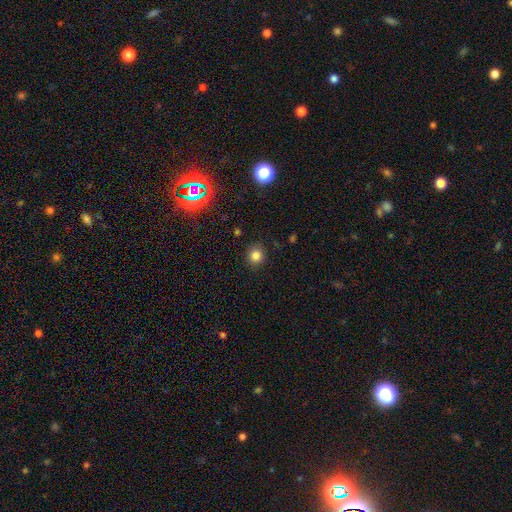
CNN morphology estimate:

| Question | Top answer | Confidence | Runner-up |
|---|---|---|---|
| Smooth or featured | smooth | 82% | star or artifact (13%) |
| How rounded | round | 87% | in between (12%) |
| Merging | none | 88% | minor disturbance (8%) |